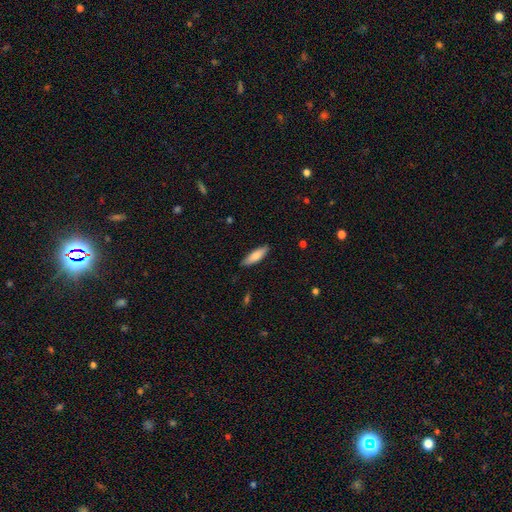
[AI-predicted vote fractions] A smooth galaxy with no disk features (79%) that is cigar-shaped (54%).

Vote fractions:
- Smooth or featured? smooth: 79% / featured or disk: 15% / star or artifact: 6%
- How rounded? cigar-shaped: 54% / in between: 45% / round: 2%
- Merging? none: 85% / minor disturbance: 12% / major disturbance: 2% / merger: 1%